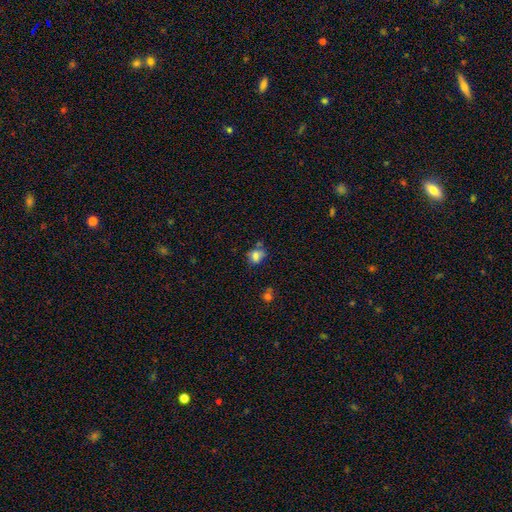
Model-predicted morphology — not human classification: The model was most divided on "how rounded": in between: 51%, round: 48%, cigar-shaped: 2%. More confident: smooth or featured — smooth (72%); merging — none (53%).